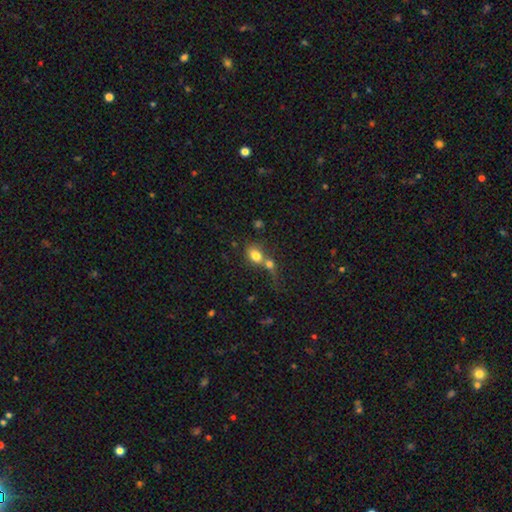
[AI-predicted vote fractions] This appears to be a smooth galaxy with no disk features (78%) that is in between round and cigar-shaped (63%). Merging: merger (59%).